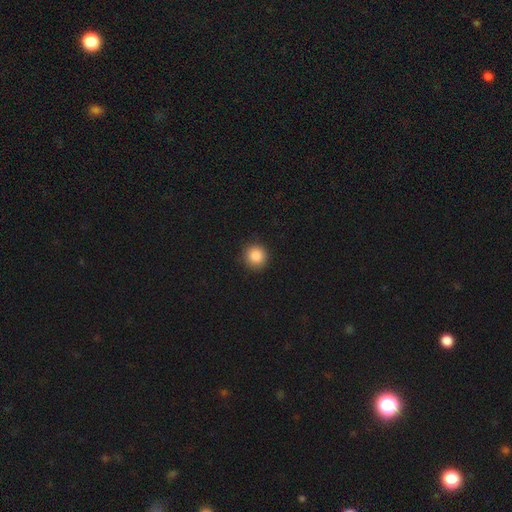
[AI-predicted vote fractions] This is clearly a smooth galaxy (86%). How rounded: clearly round (93%). Merging: clearly none (91%).